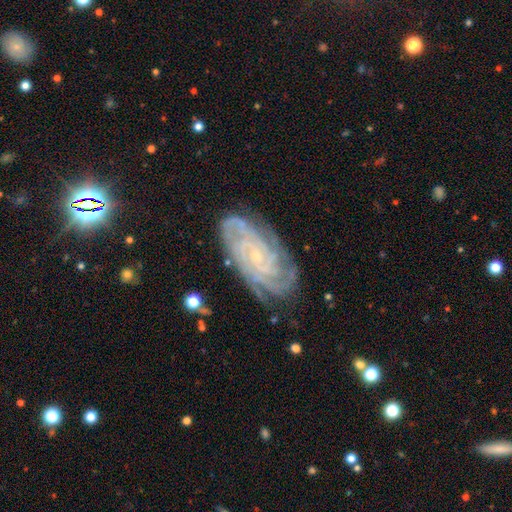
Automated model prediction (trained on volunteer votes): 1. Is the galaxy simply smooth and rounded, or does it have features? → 88% featured or disk, 7% star or artifact, 6% smooth.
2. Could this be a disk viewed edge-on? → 95% no, 5% yes.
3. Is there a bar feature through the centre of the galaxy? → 71% no, 22% weak, 7% strong.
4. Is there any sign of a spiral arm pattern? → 98% yes, 2% no.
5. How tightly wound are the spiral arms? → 78% tight, 19% medium, 3% loose.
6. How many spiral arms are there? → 29% 4, 21% can't tell, 17% more than 4, 16% 3, 10% 2, 7% 1.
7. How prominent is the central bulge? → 85% small, 10% moderate, 3% none, 1% large, 1% dominant.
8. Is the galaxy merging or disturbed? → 79% none, 15% minor disturbance, 4% major disturbance, 1% merger.